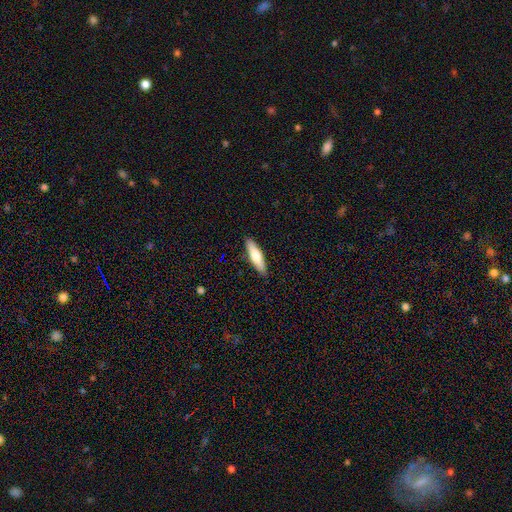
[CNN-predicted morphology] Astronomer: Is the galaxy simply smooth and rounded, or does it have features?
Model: smooth — 66%.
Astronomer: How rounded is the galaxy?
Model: cigar-shaped — 65%.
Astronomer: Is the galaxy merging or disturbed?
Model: none — 89%.